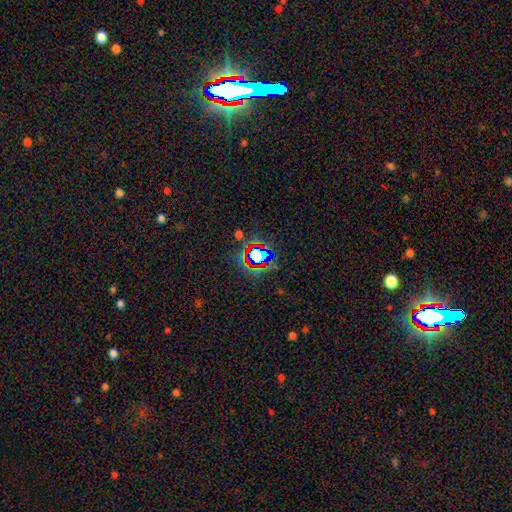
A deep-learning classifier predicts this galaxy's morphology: A star or artifact, not a galaxy (63%).